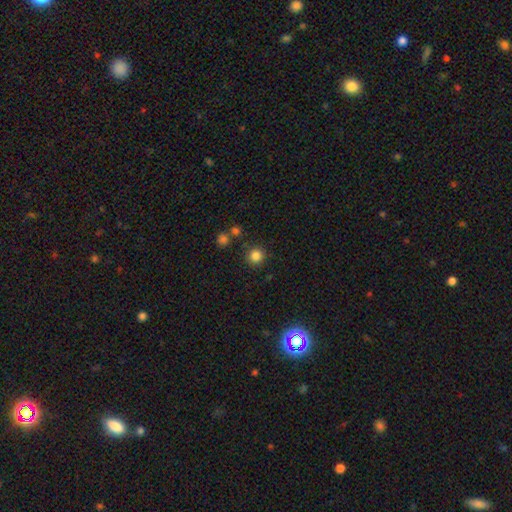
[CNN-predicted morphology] This is clearly a smooth galaxy (83%). How rounded: clearly round (94%). Merging: clearly none (87%).